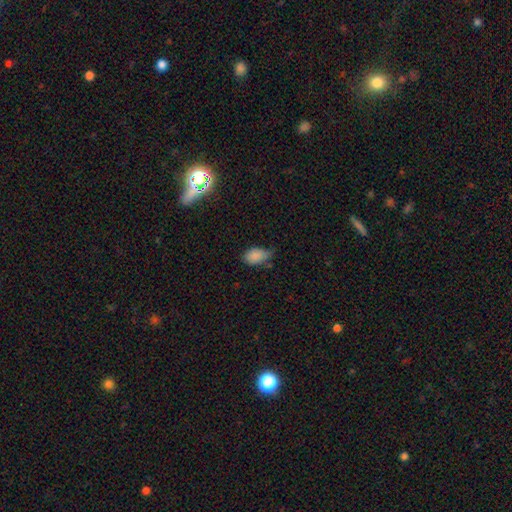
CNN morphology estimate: Smooth or featured? smooth (84%)
How rounded? in between (87%)
Merging? minor disturbance (44%)